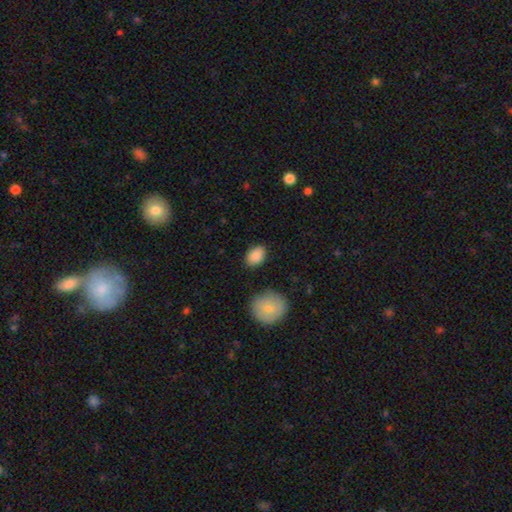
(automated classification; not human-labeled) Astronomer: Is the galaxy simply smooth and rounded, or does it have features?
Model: smooth — 87%.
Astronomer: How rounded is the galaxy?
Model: in between — 78%.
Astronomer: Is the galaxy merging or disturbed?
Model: none — 84%.